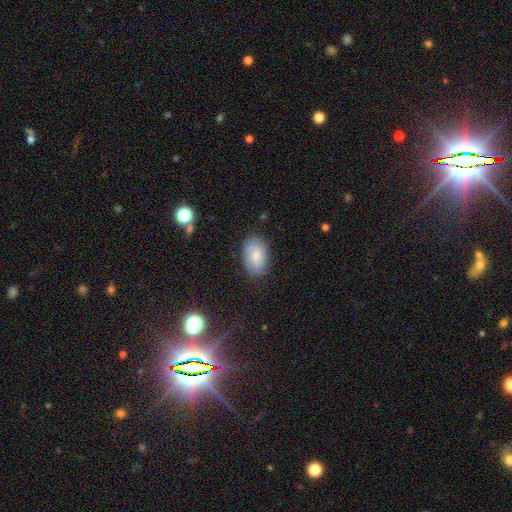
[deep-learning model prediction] This is likely a smooth galaxy (71%). How rounded: clearly in between (87%). Merging: clearly none (81%).